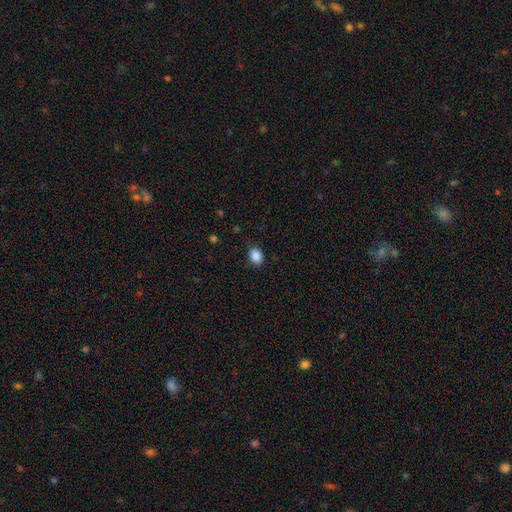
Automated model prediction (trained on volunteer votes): Smooth or featured? smooth (87%)
How rounded? in between (56%)
Merging? none (85%)